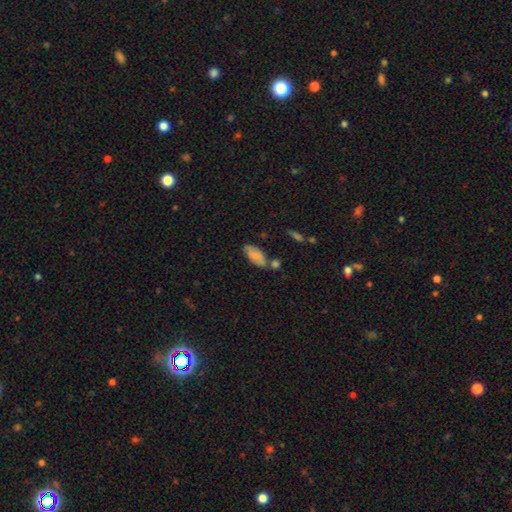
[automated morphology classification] smooth-or-featured: smooth: 81% | featured or disk: 12% | star or artifact: 7%
  how-rounded: in between: 87% | cigar-shaped: 11% | round: 2%
  merging: none: 57% | minor disturbance: 20% | merger: 18% | major disturbance: 6%